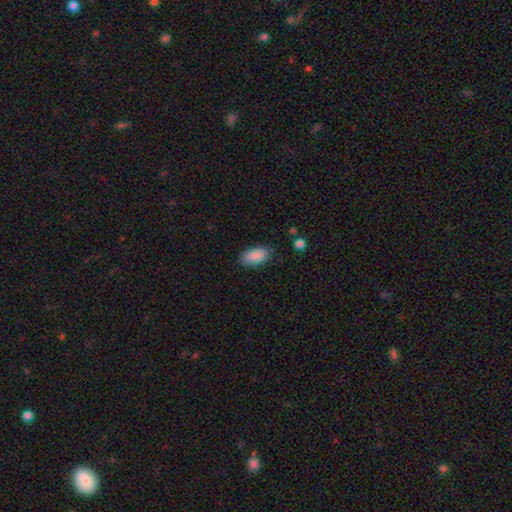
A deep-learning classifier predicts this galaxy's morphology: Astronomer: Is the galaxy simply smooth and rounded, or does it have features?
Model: smooth — 88%.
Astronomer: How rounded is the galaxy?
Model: in between — 93%.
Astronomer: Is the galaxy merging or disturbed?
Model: none — 81%.